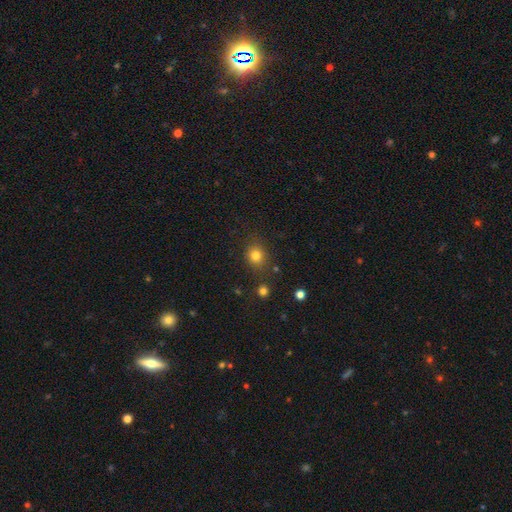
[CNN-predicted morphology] A smooth galaxy with no disk features (80%) that is round (79%). Merging: none (81%).